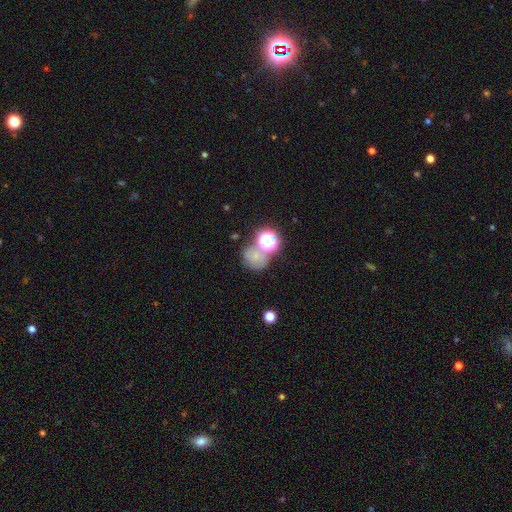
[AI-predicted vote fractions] smooth_or_featured: smooth (p=0.59) [alt: star or artifact p=0.27]
how_rounded: round (p=0.71) [alt: in between p=0.28]
merging: none (p=0.47) [alt: merger p=0.28]